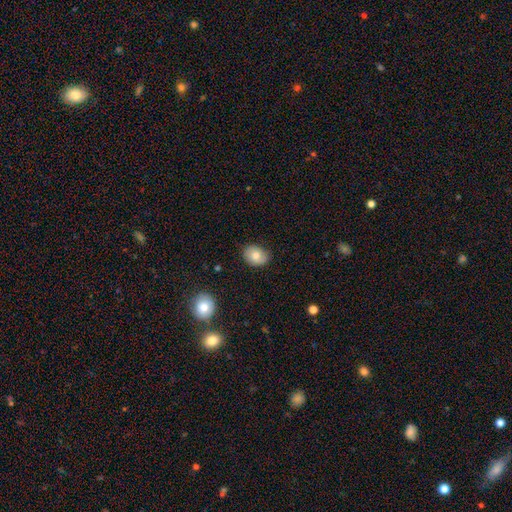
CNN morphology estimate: type=smooth (75%); roundness=in between (62%); merging=none (77%).